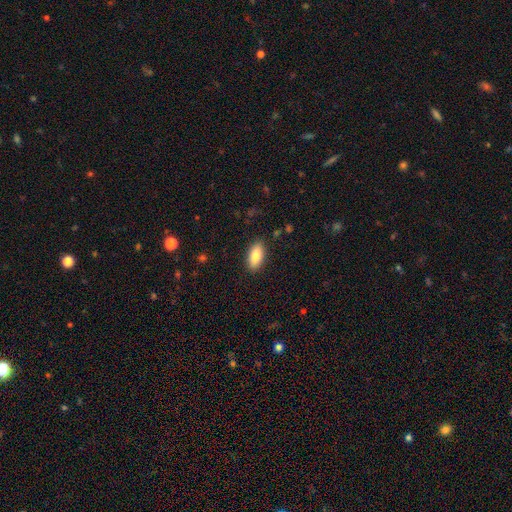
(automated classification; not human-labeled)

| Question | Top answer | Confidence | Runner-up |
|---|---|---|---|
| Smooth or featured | smooth | 83% | featured or disk (11%) |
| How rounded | in between | 89% | cigar-shaped (8%) |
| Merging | none | 88% | minor disturbance (9%) |